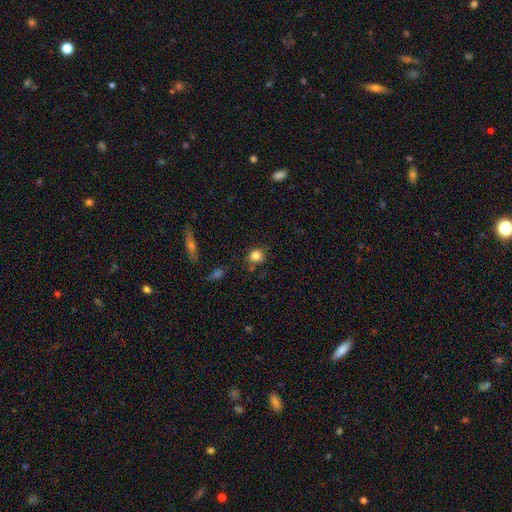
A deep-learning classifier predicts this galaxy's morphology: This appears to be a smooth galaxy with no disk features (82%) that is round (78%). Merging: none (69%).